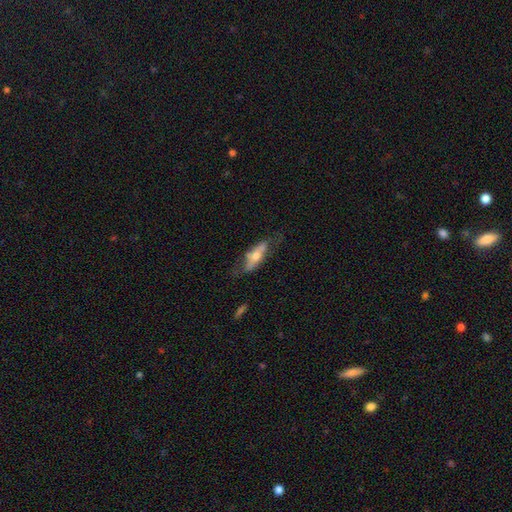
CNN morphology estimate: A featured or disk galaxy (51%).

Vote fractions:
- Smooth or featured? featured or disk: 51% / smooth: 43% / star or artifact: 6%
- Edge-on disk? no: 55% / yes: 45%
- Merging? none: 56% / minor disturbance: 26% / major disturbance: 15% / merger: 3%